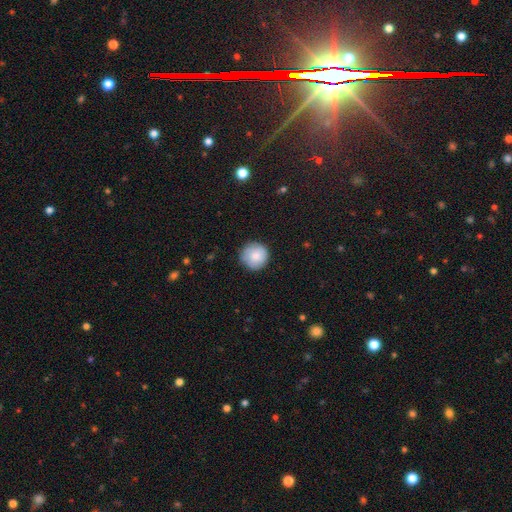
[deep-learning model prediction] A smooth galaxy with no disk features (83%) that is round (96%). Merging: none (87%).